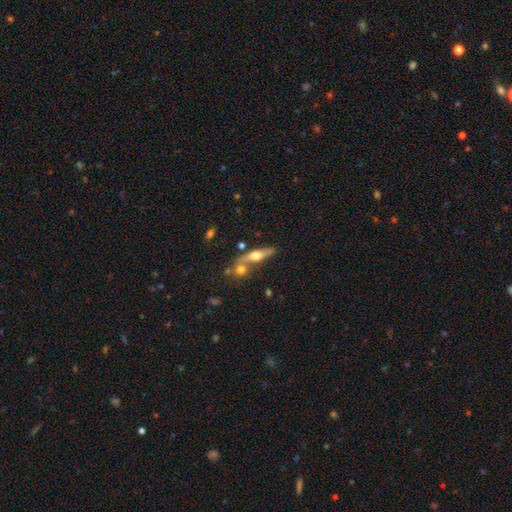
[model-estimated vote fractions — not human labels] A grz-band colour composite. It shows a featured or disk galaxy (58%) viewed edge-on (89%) with a rounded central bulge (94%). Merging: none (62%).